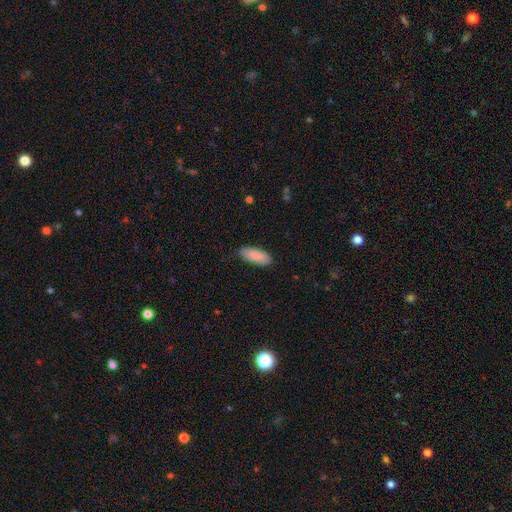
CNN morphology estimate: Overall: smooth (89%). How rounded: in between (79%). Merging: none (84%).